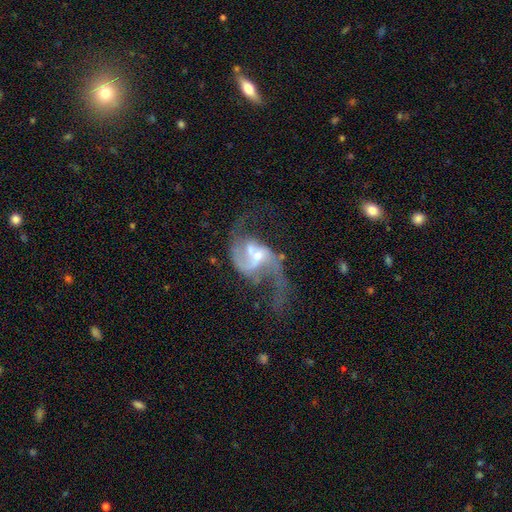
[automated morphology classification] Smooth or featured: featured or disk — 87% (smooth — 7%)
Edge-on disk: no — 98% (yes — 2%)
Bar: weak — 41% (no — 40%)
Spiral arms: yes — 94% (no — 6%)
Spiral winding: loose — 70% (medium — 26%)
Spiral arm count: 2 — 88% (1 — 4%)
Bulge size: small — 46% (moderate — 44%)
Merging: none — 37% (major disturbance — 29%)